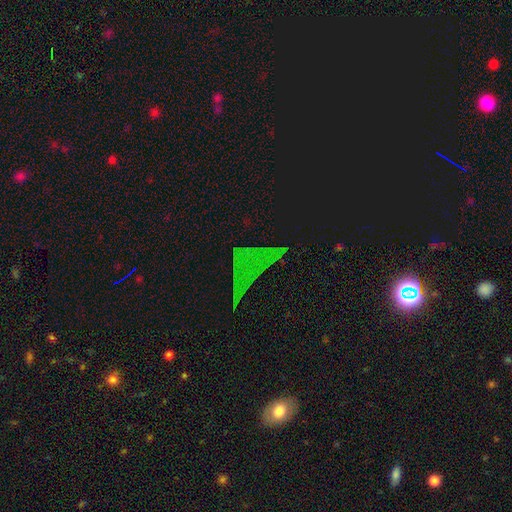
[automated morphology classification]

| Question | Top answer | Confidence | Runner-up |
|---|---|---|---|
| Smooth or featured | star or artifact | 65% | smooth (19%) |